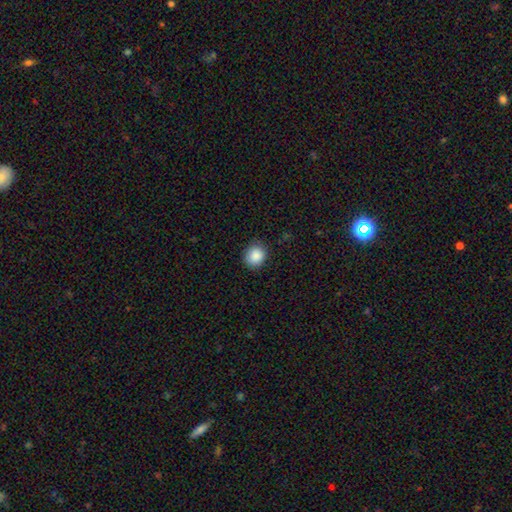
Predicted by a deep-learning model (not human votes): This appears to be a smooth galaxy with no disk features (88%) that is round (76%). Merging: none (86%).